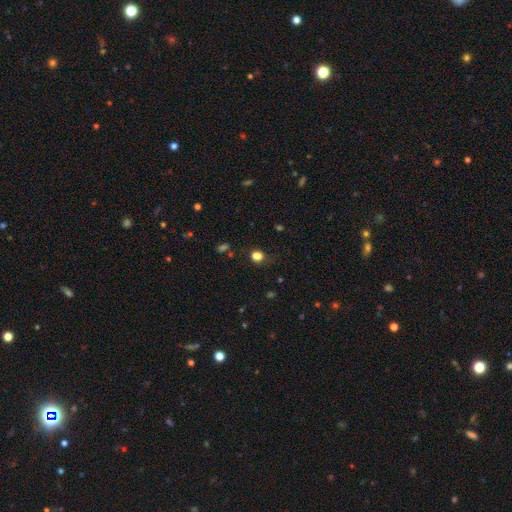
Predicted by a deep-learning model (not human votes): This is likely a smooth galaxy (79%). How rounded: likely round (70%). Merging: likely none (76%).